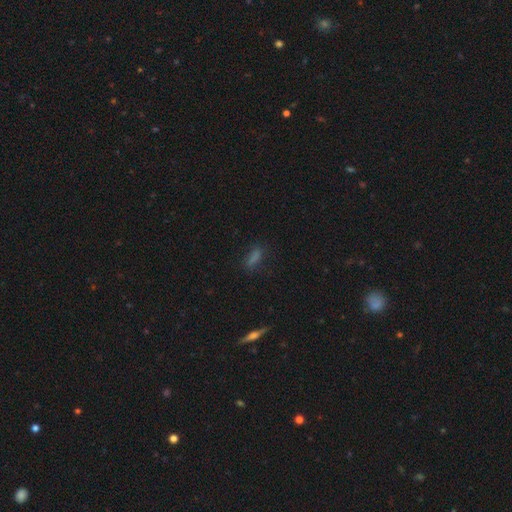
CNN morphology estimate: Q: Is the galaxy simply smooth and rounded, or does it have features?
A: smooth — 68%.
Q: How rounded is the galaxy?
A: cigar-shaped — 48%.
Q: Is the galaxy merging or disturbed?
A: none — 75%.